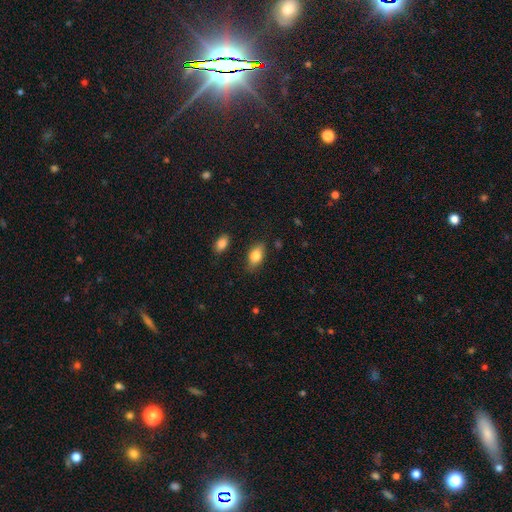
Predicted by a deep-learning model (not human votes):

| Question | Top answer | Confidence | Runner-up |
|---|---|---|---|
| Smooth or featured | smooth | 81% | featured or disk (12%) |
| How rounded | in between | 89% | round (7%) |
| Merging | none | 81% | minor disturbance (14%) |